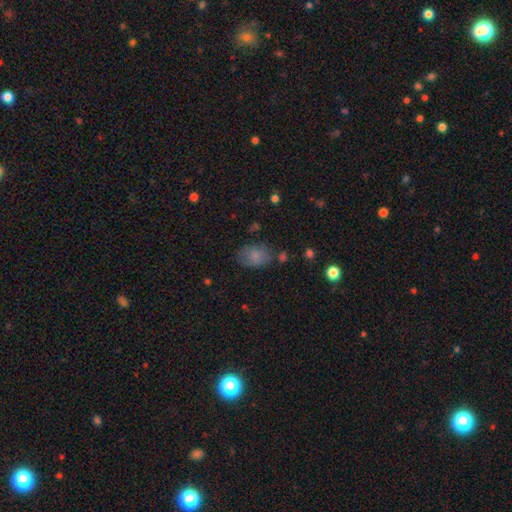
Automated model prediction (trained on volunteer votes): smooth_or_featured: smooth (p=0.77) [alt: featured or disk p=0.12]
how_rounded: in between (p=0.77) [alt: round p=0.22]
merging: none (p=0.65) [alt: minor disturbance p=0.22]